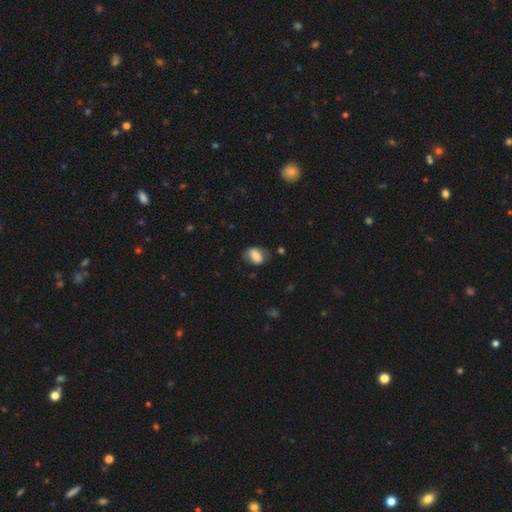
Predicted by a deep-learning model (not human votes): smooth 78%, featured or disk 14%, star or artifact 8%. Down the decision tree: how rounded — in between (77%); merging — none (62%).